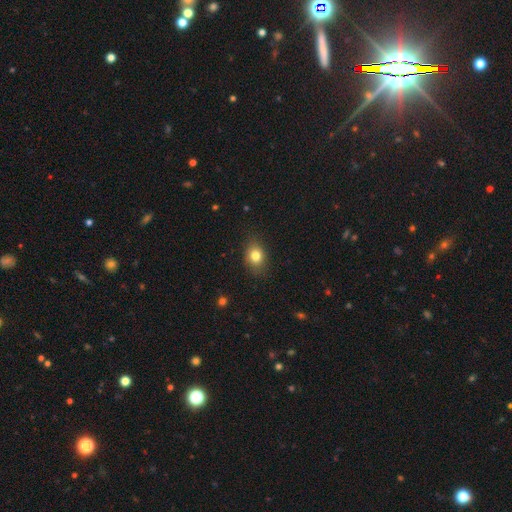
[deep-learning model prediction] Smooth or featured? Predicted: smooth (p=0.80). How rounded? Predicted: in between (p=0.58). Merging? Predicted: none (p=0.84).